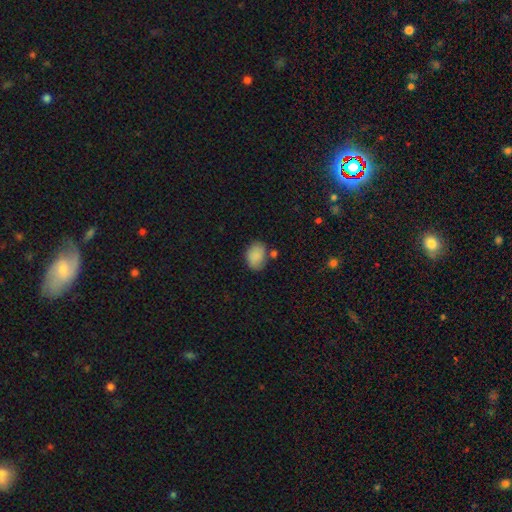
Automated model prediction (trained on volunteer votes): A smooth galaxy with no disk features (85%) that is in between round and cigar-shaped (74%). Merging: none (64%).